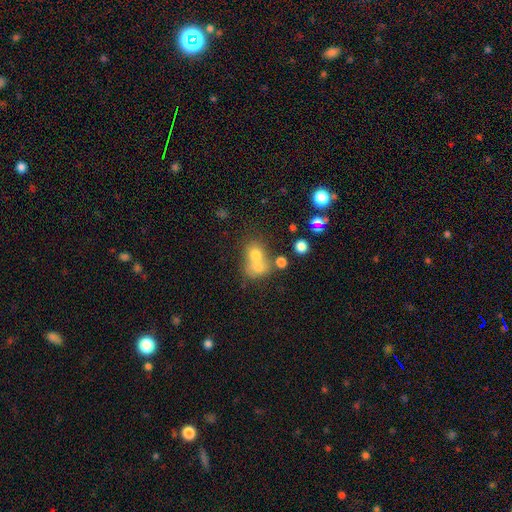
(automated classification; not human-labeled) A smooth galaxy with no disk features (66%) that is round (62%).

Vote fractions:
- Smooth or featured? smooth: 66% / featured or disk: 19% / star or artifact: 15%
- How rounded? round: 62% / in between: 37% / cigar-shaped: 1%
- Merging? merger: 63% / none: 26% / minor disturbance: 7% / major disturbance: 4%